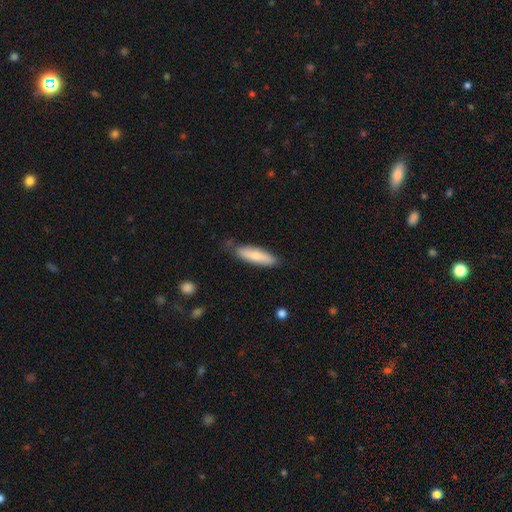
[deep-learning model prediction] Smooth or featured: smooth — 75% (featured or disk — 20%)
How rounded: cigar-shaped — 65% (in between — 33%)
Merging: none — 76% (minor disturbance — 19%)